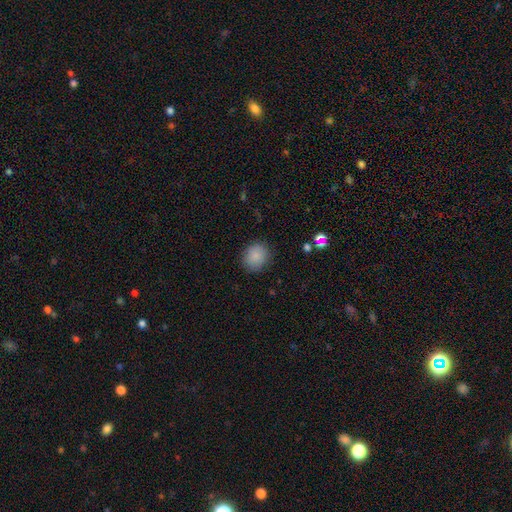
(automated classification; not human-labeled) A smooth galaxy with no disk features (87%) that is round (74%).

Vote fractions:
- Smooth or featured? smooth: 87% / star or artifact: 9% / featured or disk: 5%
- How rounded? round: 74% / in between: 25% / cigar-shaped: 1%
- Merging? none: 86% / minor disturbance: 10% / major disturbance: 3% / merger: 1%